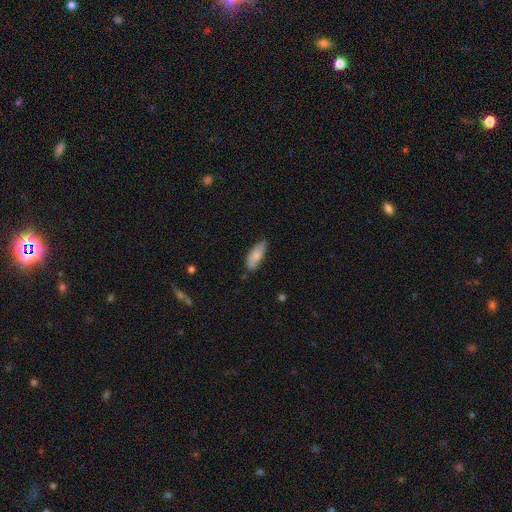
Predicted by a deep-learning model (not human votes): A smooth galaxy with no disk features (75%) that is in between round and cigar-shaped (70%).

Vote fractions:
- Smooth or featured? smooth: 75% / featured or disk: 19% / star or artifact: 6%
- How rounded? in between: 70% / cigar-shaped: 28% / round: 2%
- Merging? none: 64% / minor disturbance: 28% / major disturbance: 5% / merger: 3%